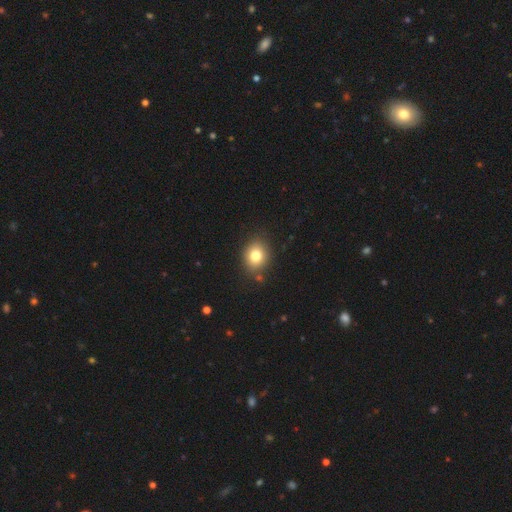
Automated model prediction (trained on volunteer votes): A smooth galaxy with no disk features (80%) that is round (57%). Merging: none (84%).